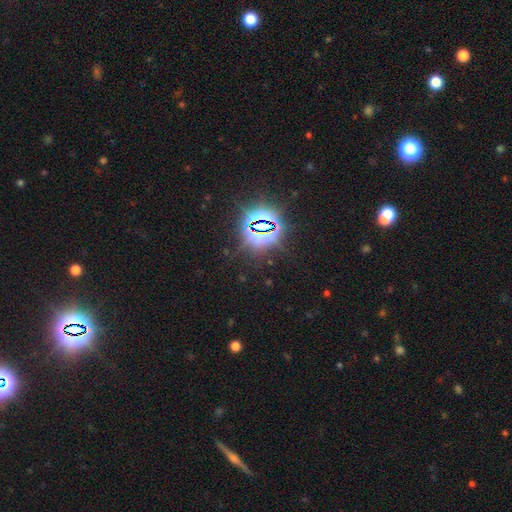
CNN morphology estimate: A star or artifact, not a galaxy (83%).